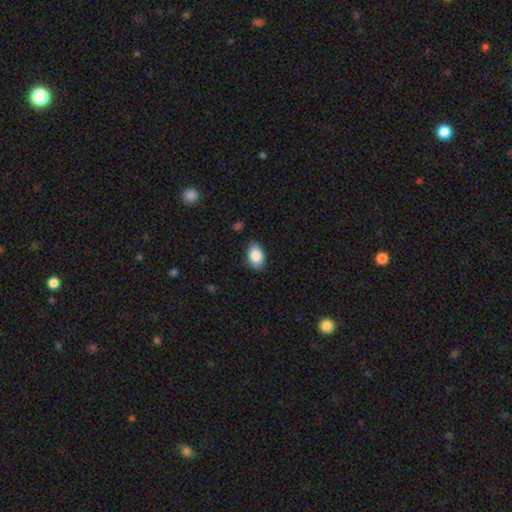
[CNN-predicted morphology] A smooth galaxy with no disk features (86%) that is in between round and cigar-shaped (92%). Merging: none (84%).